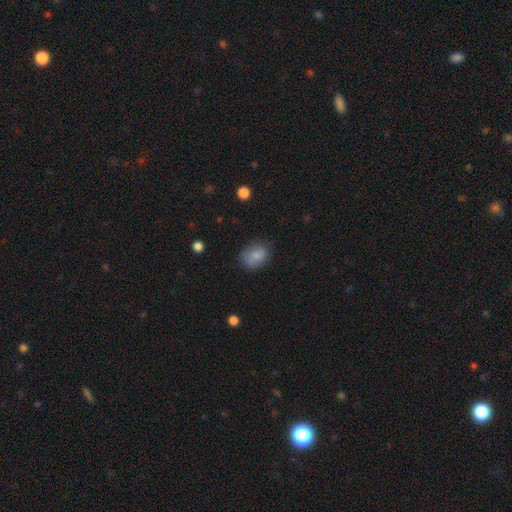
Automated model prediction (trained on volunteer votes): A smooth galaxy with no disk features (80%) that is in between round and cigar-shaped (61%).

Vote fractions:
- Smooth or featured? smooth: 80% / featured or disk: 12% / star or artifact: 8%
- How rounded? in between: 61% / round: 37% / cigar-shaped: 1%
- Merging? none: 70% / minor disturbance: 21% / major disturbance: 6% / merger: 2%